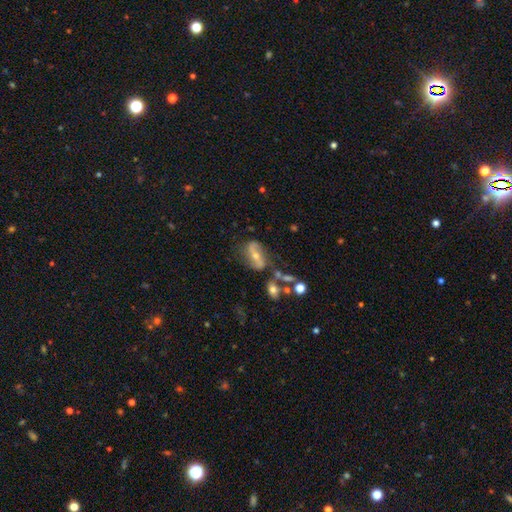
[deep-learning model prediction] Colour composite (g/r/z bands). It shows a featured or disk galaxy (74%) with a strong bar (38%), 2 (85%) loose (50%) spiral arms (86%) and a moderate central bulge (52%). Merging: none (59%).